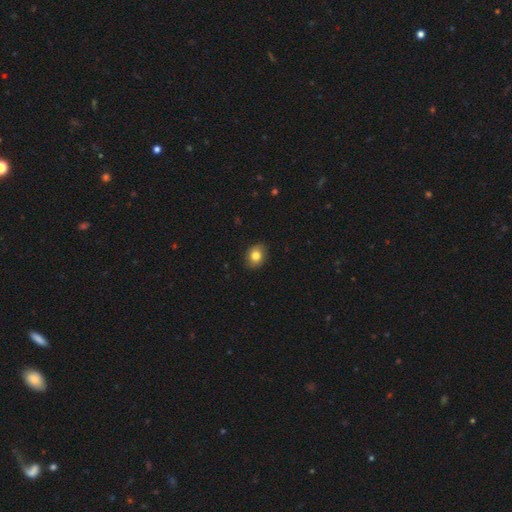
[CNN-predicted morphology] Overall: smooth (82%). How rounded: in between (53%; round 46%). Merging: none (88%).